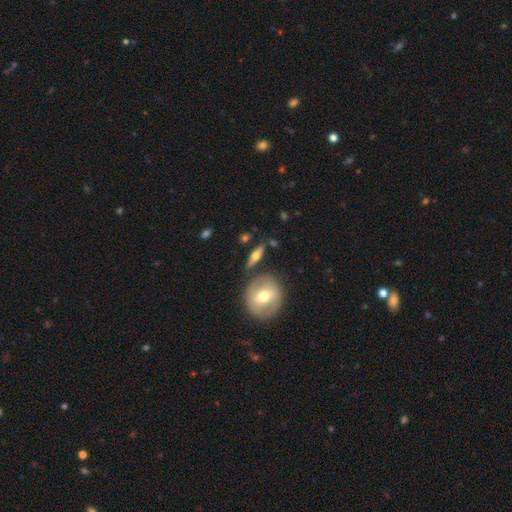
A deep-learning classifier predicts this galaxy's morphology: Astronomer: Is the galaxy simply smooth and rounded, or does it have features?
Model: featured or disk — 48% (runner-up: smooth, 45%).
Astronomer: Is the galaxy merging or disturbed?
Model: none — 80%.